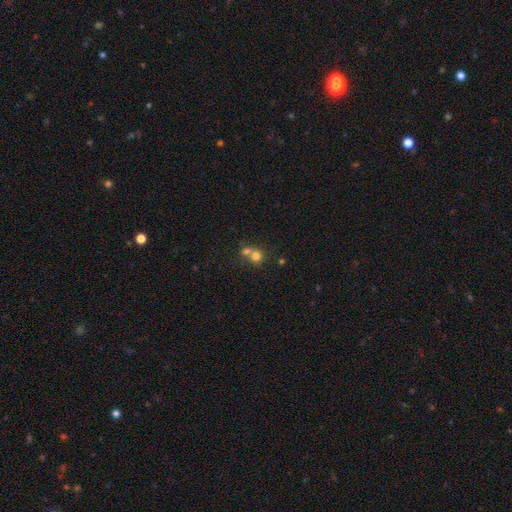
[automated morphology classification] The model was most divided on "merging": merger: 56%, none: 36%, minor disturbance: 5%, major disturbance: 3%. More confident: how rounded — round (84%); smooth or featured — smooth (74%).